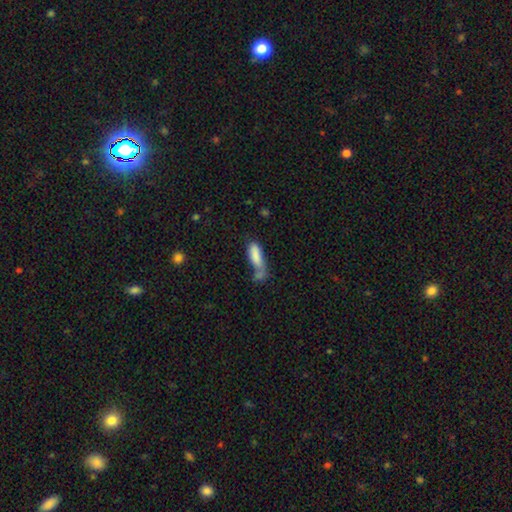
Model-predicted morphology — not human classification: smooth 82%, featured or disk 11%, star or artifact 8%. Down the decision tree: how rounded — in between (51%); merging — merger (31%, tied with none).